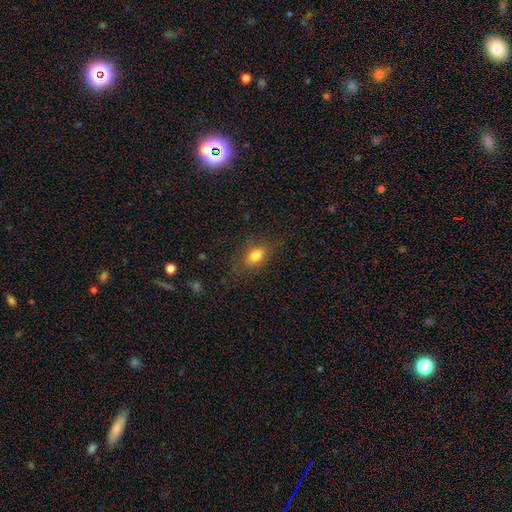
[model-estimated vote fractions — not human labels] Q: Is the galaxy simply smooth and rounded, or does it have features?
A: smooth — 78%.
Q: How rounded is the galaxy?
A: in between — 76%.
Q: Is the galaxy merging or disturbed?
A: none — 77%.